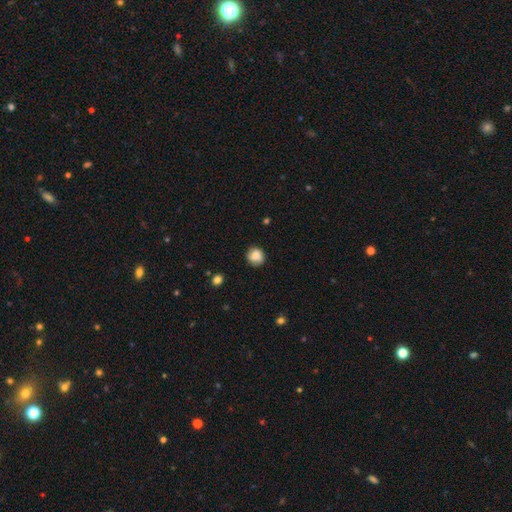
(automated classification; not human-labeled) This appears to be a smooth galaxy with no disk features (81%) that is round (83%). Merging: none (74%).